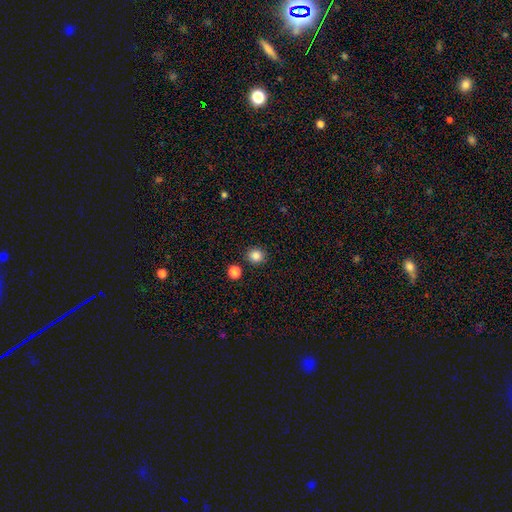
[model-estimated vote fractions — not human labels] A smooth galaxy with no disk features (85%) that is round (86%). Merging: none (87%).